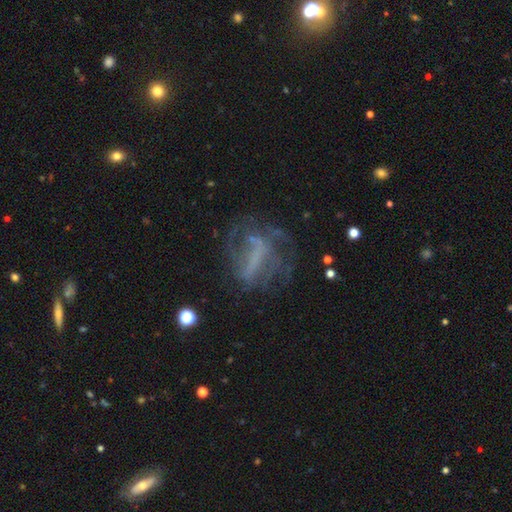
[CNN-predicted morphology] Smooth or featured? Predicted: featured or disk (p=0.60). Edge-on disk? Predicted: no (p=0.90). Bar? Predicted: no (p=0.39). Spiral arms? Predicted: no (p=0.59). Bulge size? Predicted: none (p=0.69). Merging? Predicted: none (p=0.48).